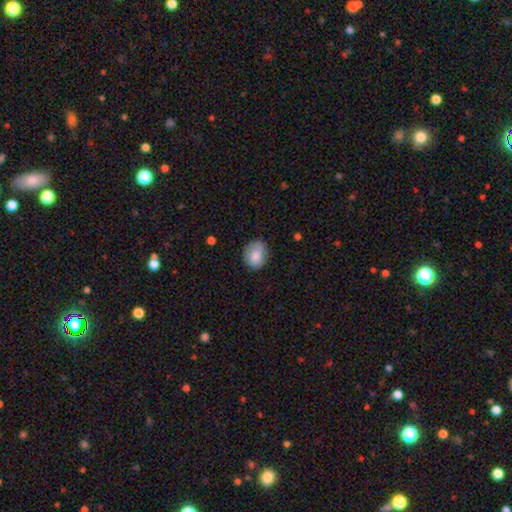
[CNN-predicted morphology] Q: Smooth or featured?
A: smooth (78%); runner-up: featured or disk (15%)
Q: How rounded?
A: round (55%); runner-up: in between (44%)
Q: Merging?
A: none (73%); runner-up: minor disturbance (20%)